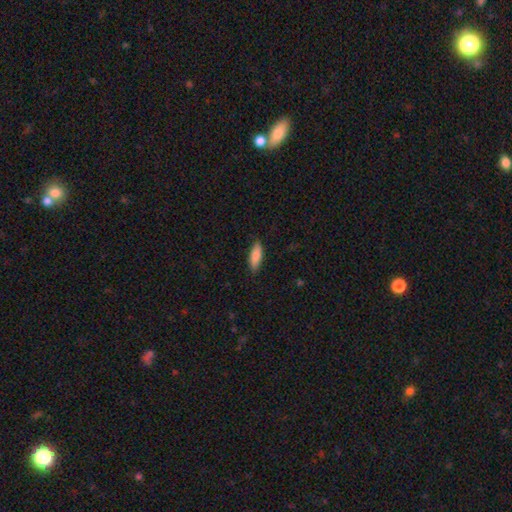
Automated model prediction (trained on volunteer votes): Smooth or featured?
  - smooth: 87% *
  - featured or disk: 7%
  - star or artifact: 6%
How rounded?
  - in between: 61% *
  - cigar-shaped: 37%
  - round: 2%
Merging?
  - none: 85% *
  - minor disturbance: 11%
  - major disturbance: 2%
  - merger: 1%